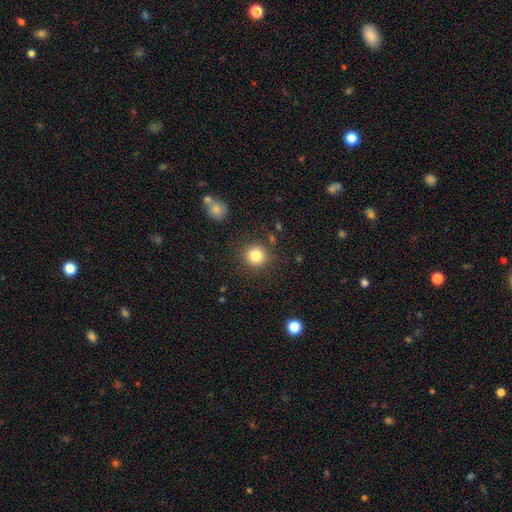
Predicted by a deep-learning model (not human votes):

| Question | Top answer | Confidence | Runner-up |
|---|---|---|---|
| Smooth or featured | smooth | 83% | star or artifact (11%) |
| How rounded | round | 93% | in between (6%) |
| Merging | none | 88% | minor disturbance (7%) |